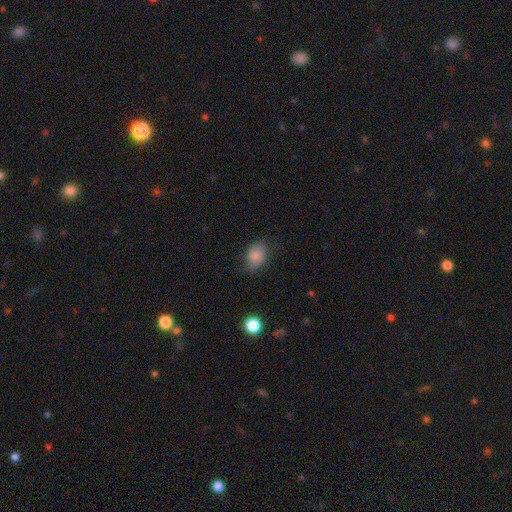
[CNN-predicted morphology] Smooth or featured?
  - smooth: 84% *
  - star or artifact: 9%
  - featured or disk: 8%
How rounded?
  - in between: 75% *
  - round: 23%
  - cigar-shaped: 1%
Merging?
  - none: 65% *
  - minor disturbance: 26%
  - major disturbance: 8%
  - merger: 1%